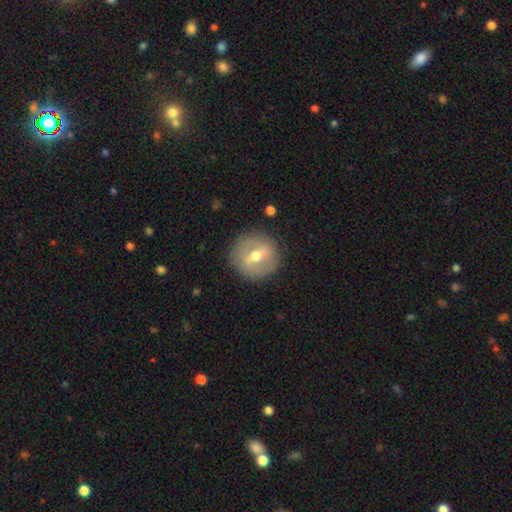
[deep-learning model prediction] featured or disk 59%, smooth 34%, star or artifact 7%. Down the decision tree: edge-on disk — no (91%); bar — weak (44%); spiral arms — no (64%); bulge size — moderate (73%); merging — none (86%).